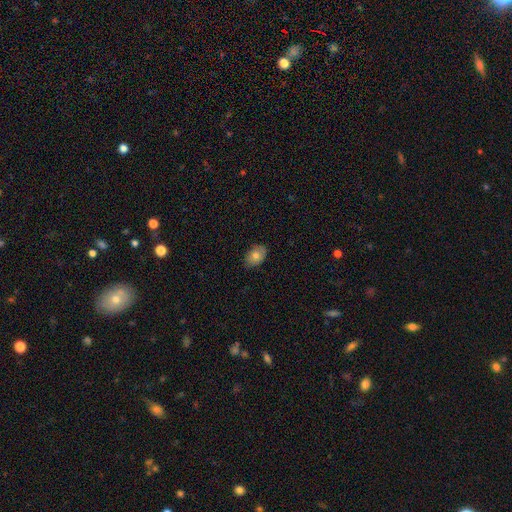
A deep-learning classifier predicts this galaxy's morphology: smooth_or_featured: smooth (p=0.77) [alt: featured or disk p=0.15]
how_rounded: in between (p=0.84) [alt: round p=0.15]
merging: none (p=0.82) [alt: minor disturbance p=0.15]